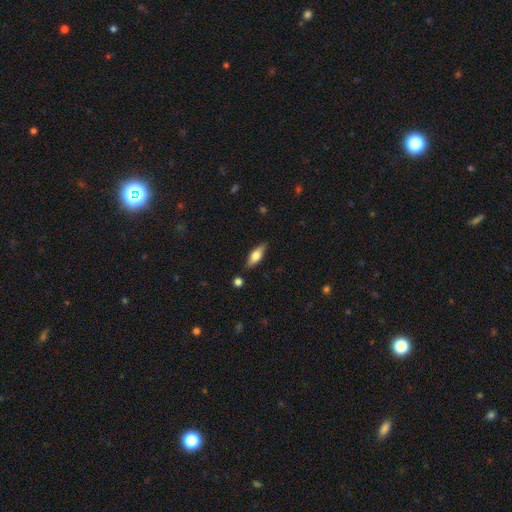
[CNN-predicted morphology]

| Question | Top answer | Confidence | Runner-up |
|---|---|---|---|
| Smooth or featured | smooth | 57% | featured or disk (37%) |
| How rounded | in between | 62% | cigar-shaped (35%) |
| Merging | none | 81% | minor disturbance (13%) |